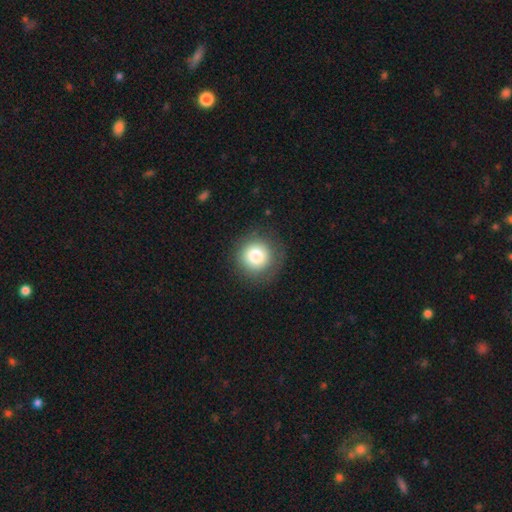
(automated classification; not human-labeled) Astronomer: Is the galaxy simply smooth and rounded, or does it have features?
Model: smooth — 79%.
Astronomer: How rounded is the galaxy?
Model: round — 95%.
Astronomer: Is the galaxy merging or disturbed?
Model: none — 84%.